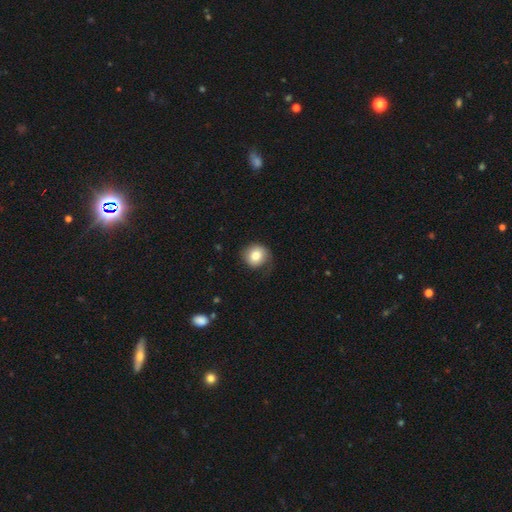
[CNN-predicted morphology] Smooth or featured: smooth — 79% (featured or disk — 13%)
How rounded: round — 87% (in between — 12%)
Merging: none — 65% (minor disturbance — 21%)